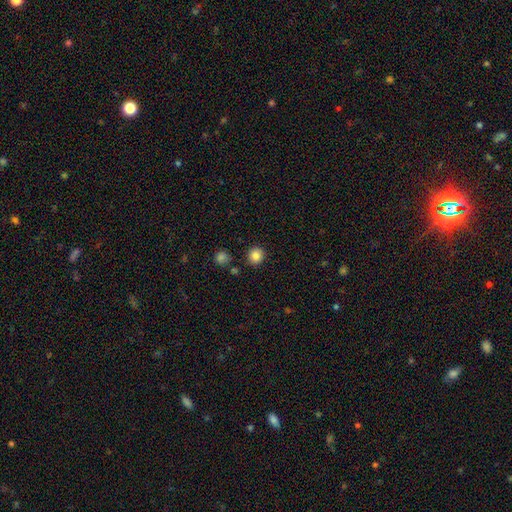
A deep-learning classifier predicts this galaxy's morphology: smooth_or_featured: smooth (p=0.84) [alt: star or artifact p=0.11]
how_rounded: round (p=0.90) [alt: in between p=0.09]
merging: none (p=0.89) [alt: minor disturbance p=0.06]